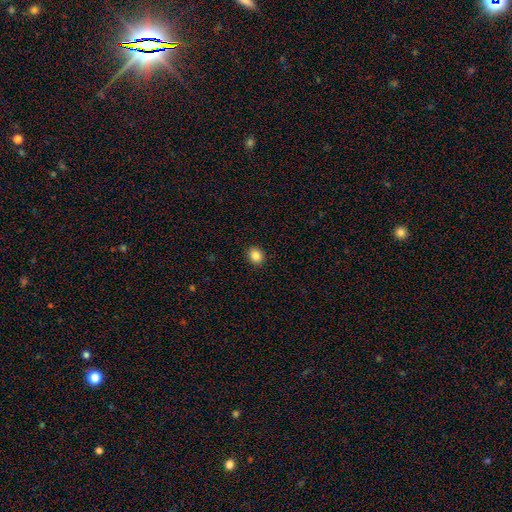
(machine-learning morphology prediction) A smooth galaxy with no disk features (86%) that is round (62%). Merging: none (91%).